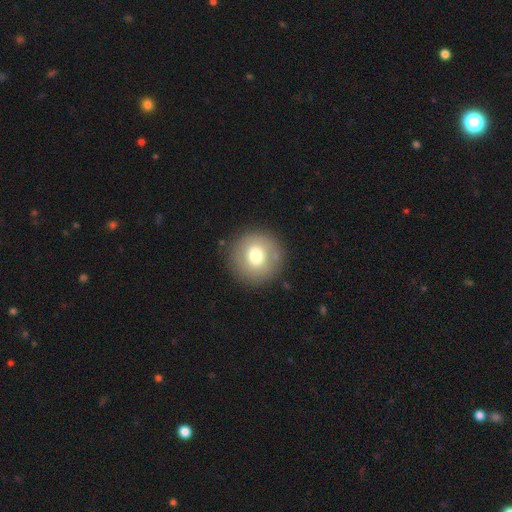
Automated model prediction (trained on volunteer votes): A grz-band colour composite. It shows a smooth galaxy with no disk features (72%) that is round (96%). Merging: none (88%).